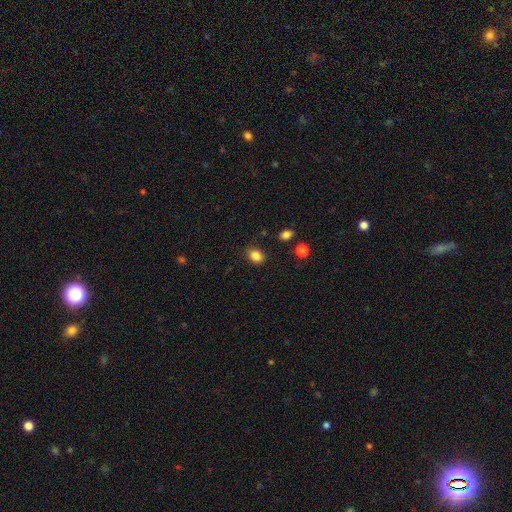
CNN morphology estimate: Smooth or featured: smooth — 85% (star or artifact — 10%)
How rounded: in between — 59% (round — 40%)
Merging: none — 84% (minor disturbance — 11%)